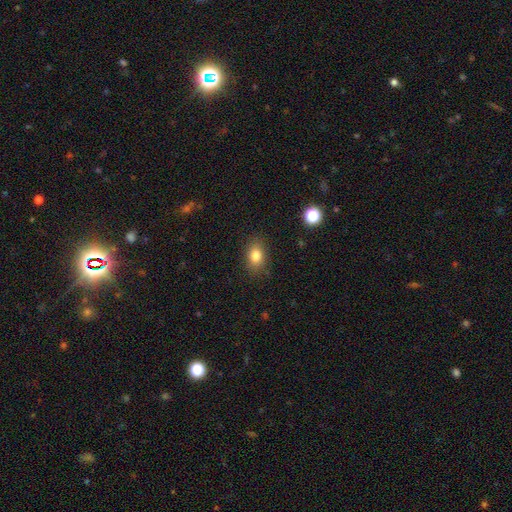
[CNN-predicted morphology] smooth-or-featured: smooth: 82% | star or artifact: 10% | featured or disk: 8%
  how-rounded: in between: 75% | round: 24% | cigar-shaped: 2%
  merging: none: 84% | minor disturbance: 11% | major disturbance: 3% | merger: 1%